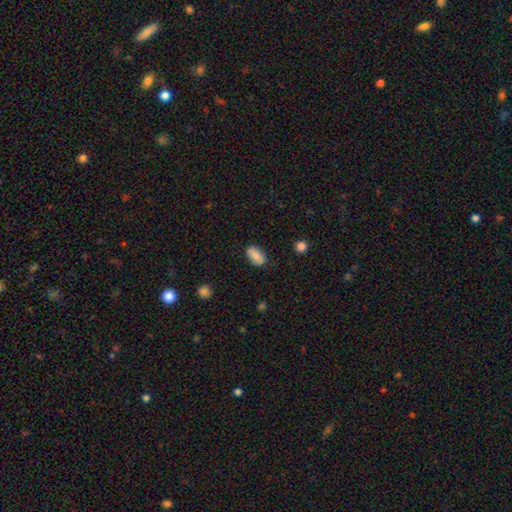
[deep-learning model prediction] smooth_or_featured: smooth (p=0.82) [alt: featured or disk p=0.10]
how_rounded: in between (p=0.91) [alt: round p=0.05]
merging: none (p=0.81) [alt: minor disturbance p=0.14]